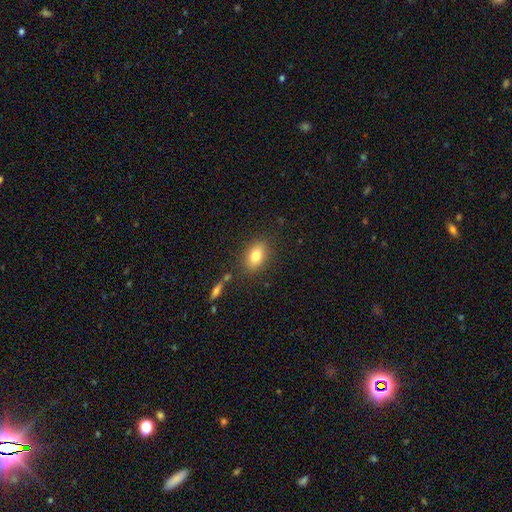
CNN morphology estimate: This appears to be a smooth galaxy with no disk features (80%) that is in between round and cigar-shaped (81%). Merging: none (82%).